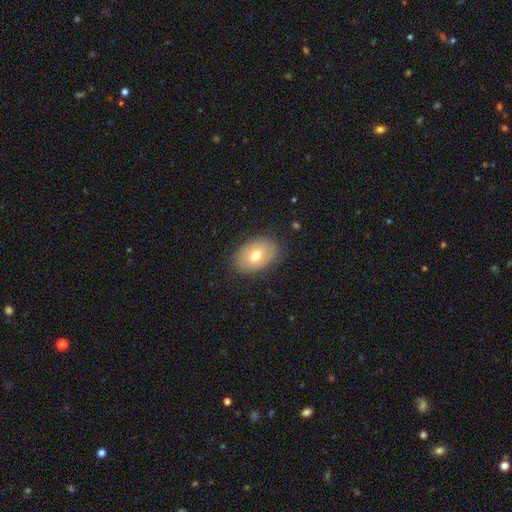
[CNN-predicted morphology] Overall: smooth (69%). How rounded: in between (80%). Merging: none (83%).